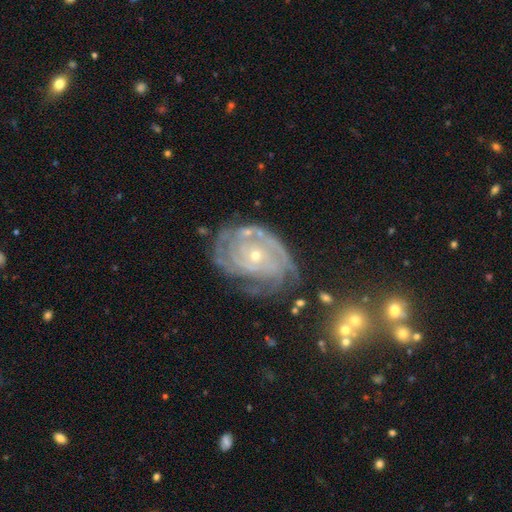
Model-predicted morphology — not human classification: smooth_or_featured: featured or disk (p=0.88) [alt: star or artifact p=0.06]
disk_edge_on: no (p=0.97) [alt: yes p=0.03]
bar: no (p=0.78) [alt: weak p=0.17]
has_spiral_arms: yes (p=0.96) [alt: no p=0.04]
spiral_winding: tight (p=0.79) [alt: medium p=0.18]
spiral_arm_count: can't tell (p=0.28) [alt: 3 p=0.22]
bulge_size: small (p=0.74) [alt: moderate p=0.23]
merging: none (p=0.60) [alt: minor disturbance p=0.24]